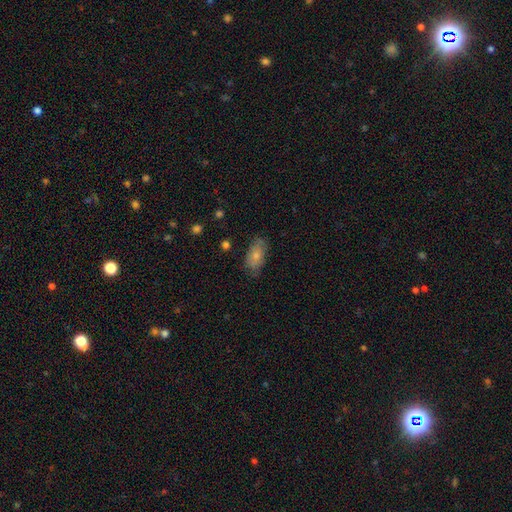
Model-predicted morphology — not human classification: This is likely a smooth galaxy (75%). How rounded: clearly in between (90%). Merging: likely none (71%).